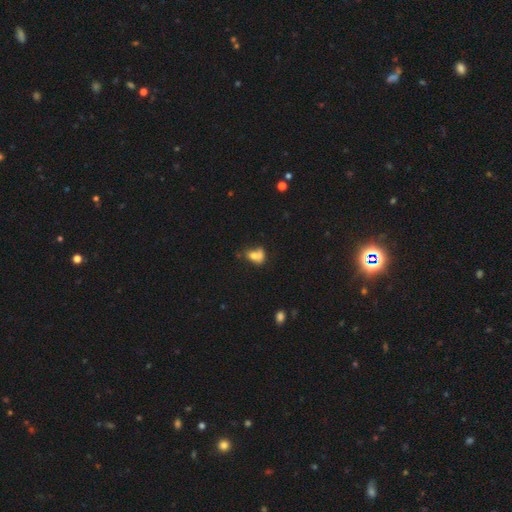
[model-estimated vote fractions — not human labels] Smooth or featured: smooth — 67% (featured or disk — 21%)
How rounded: in between — 61% (round — 37%)
Merging: merger — 57% (none — 22%)